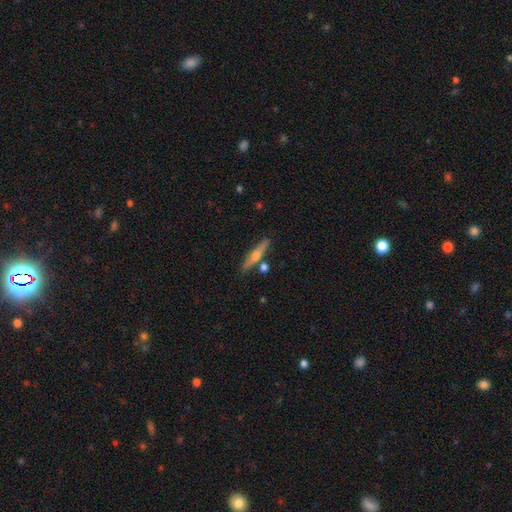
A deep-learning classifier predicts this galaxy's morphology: Smooth or featured: featured or disk — 55% (smooth — 39%)
Edge-on disk: yes — 94% (no — 6%)
Edge-on bulge: rounded — 90% (none — 7%)
Merging: none — 79% (minor disturbance — 10%)